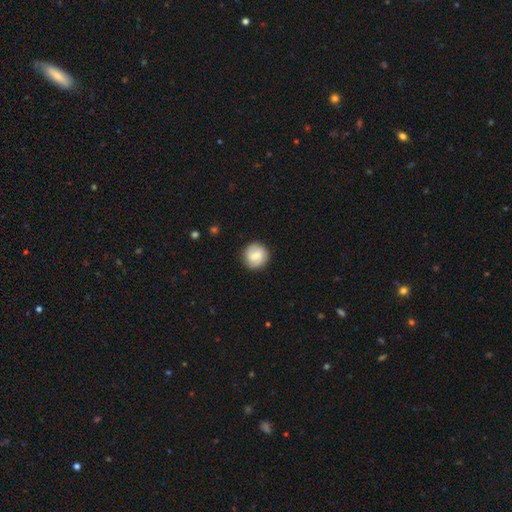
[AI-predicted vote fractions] smooth_or_featured: smooth (p=0.56) [alt: featured or disk p=0.37]
how_rounded: round (p=0.91) [alt: in between p=0.08]
merging: none (p=0.87) [alt: minor disturbance p=0.09]